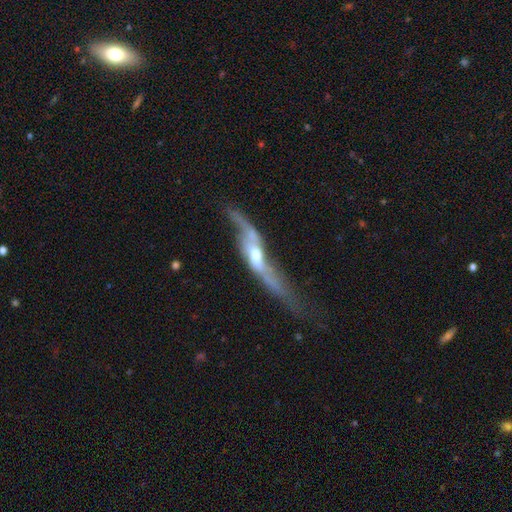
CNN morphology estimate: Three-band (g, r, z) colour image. It shows a featured or disk galaxy (83%) viewed edge-on (53%). Merging: none (43%).